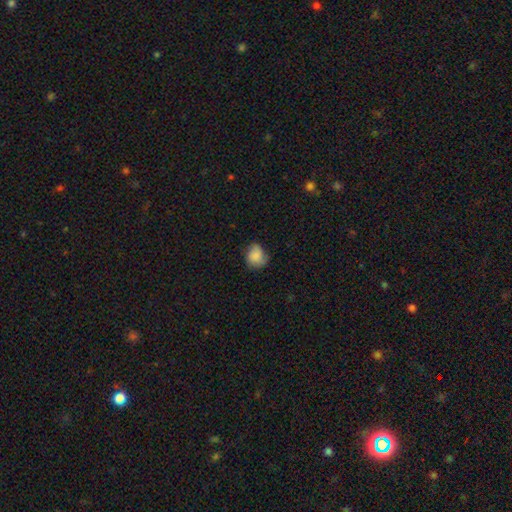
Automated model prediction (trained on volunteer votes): smooth 75%, featured or disk 17%, star or artifact 8%. Down the decision tree: how rounded — round (65%); merging — none (61%).